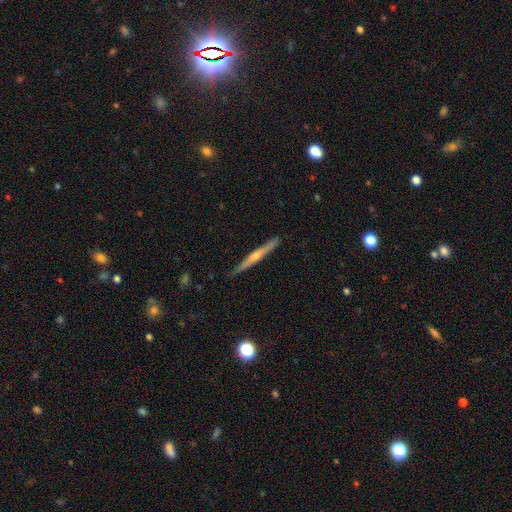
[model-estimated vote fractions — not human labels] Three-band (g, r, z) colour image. It shows a featured or disk galaxy (68%) viewed edge-on (98%) with a rounded central bulge (72%). Merging: none (90%).